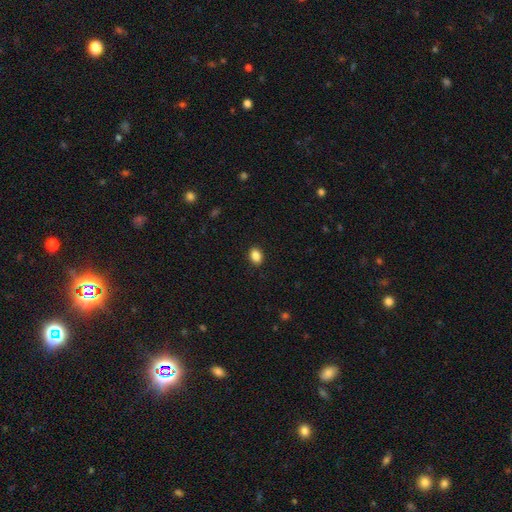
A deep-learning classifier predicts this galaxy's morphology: Q: Smooth or featured?
A: smooth (88%); runner-up: star or artifact (9%)
Q: How rounded?
A: in between (77%); runner-up: round (21%)
Q: Merging?
A: none (90%); runner-up: minor disturbance (7%)